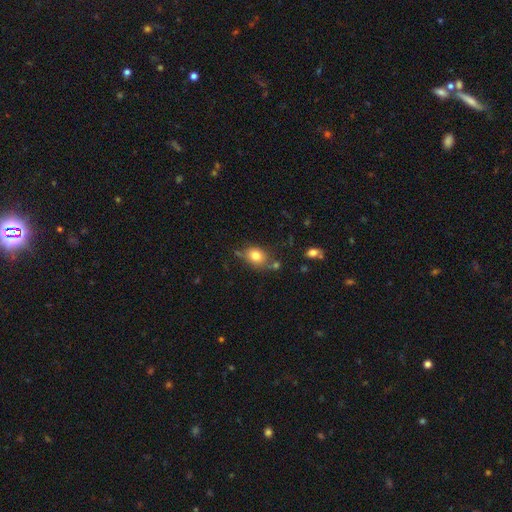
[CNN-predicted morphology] Overall: smooth (79%). How rounded: in between (53%; round 46%). Merging: none (64%).